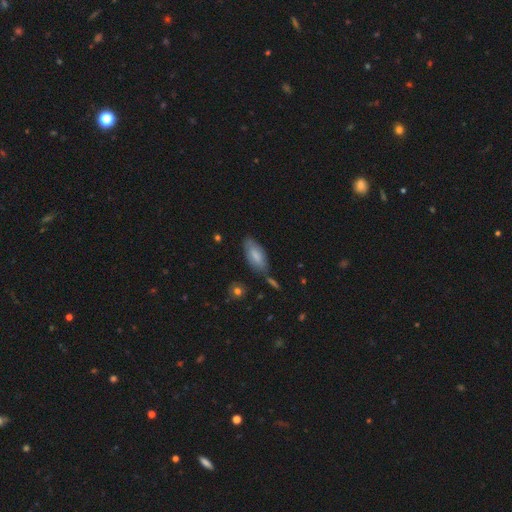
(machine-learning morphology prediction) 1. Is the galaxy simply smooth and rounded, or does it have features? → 74% smooth, 20% featured or disk, 6% star or artifact.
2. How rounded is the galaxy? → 86% in between, 12% cigar-shaped, 2% round.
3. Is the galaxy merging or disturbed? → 67% none, 22% minor disturbance, 6% merger, 5% major disturbance.